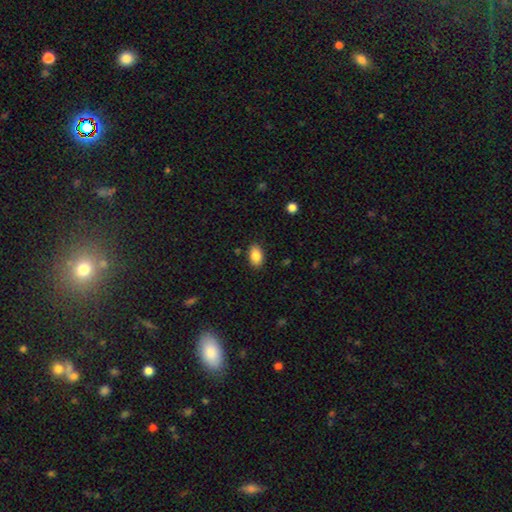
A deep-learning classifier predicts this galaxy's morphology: smooth_or_featured: smooth (p=0.87) [alt: star or artifact p=0.08]
how_rounded: in between (p=0.90) [alt: round p=0.08]
merging: none (p=0.87) [alt: minor disturbance p=0.10]